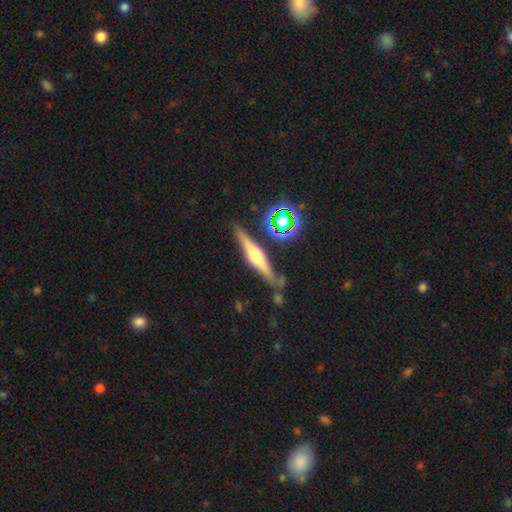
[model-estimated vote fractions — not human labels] Smooth or featured: featured or disk — 67% (smooth — 23%)
Edge-on disk: yes — 95% (no — 5%)
Edge-on bulge: rounded — 87% (boxy — 9%)
Merging: none — 80% (minor disturbance — 12%)